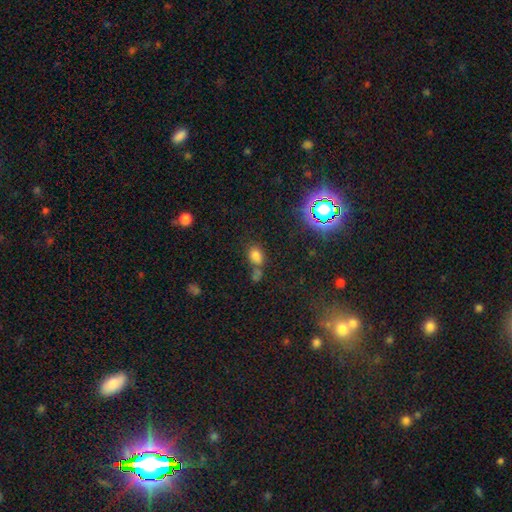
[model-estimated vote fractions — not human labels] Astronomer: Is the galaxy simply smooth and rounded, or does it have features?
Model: smooth — 68%.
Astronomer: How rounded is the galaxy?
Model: in between — 64%.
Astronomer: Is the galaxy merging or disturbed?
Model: none — 46% (runner-up: merger, 33%).